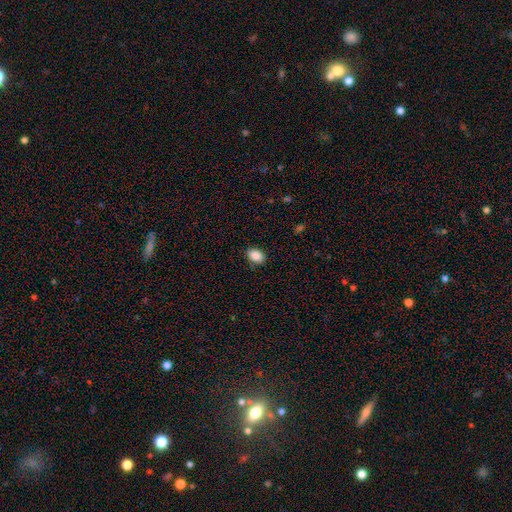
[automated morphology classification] This appears to be a smooth galaxy with no disk features (88%) that is in between round and cigar-shaped (75%). Merging: none (85%).